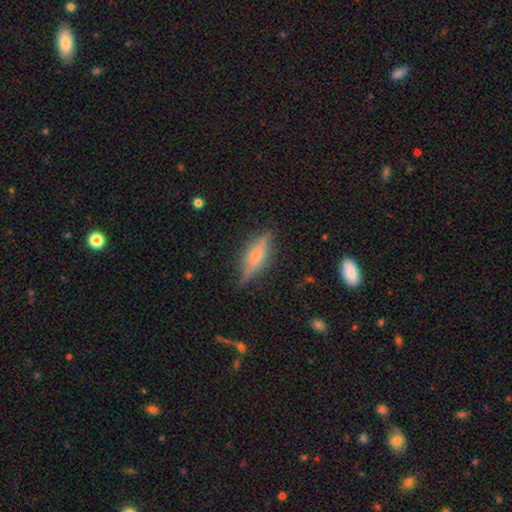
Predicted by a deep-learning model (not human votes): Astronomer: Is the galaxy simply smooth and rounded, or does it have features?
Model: featured or disk — 65%.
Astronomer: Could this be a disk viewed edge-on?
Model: yes — 94%.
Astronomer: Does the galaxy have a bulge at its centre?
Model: rounded — 73%.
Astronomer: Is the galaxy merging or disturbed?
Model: none — 80%.